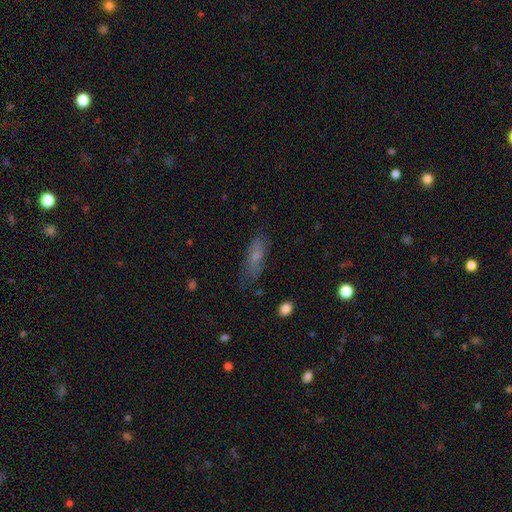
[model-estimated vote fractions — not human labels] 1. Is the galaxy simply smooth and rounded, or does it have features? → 61% smooth, 28% featured or disk, 11% star or artifact.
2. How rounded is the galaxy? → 53% in between, 43% cigar-shaped, 4% round.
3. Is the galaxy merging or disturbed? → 71% none, 20% minor disturbance, 6% major disturbance, 2% merger.